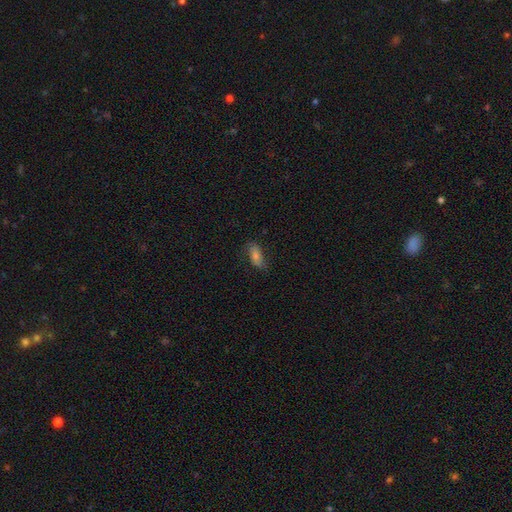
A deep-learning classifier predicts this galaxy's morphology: A smooth galaxy with no disk features (55%) that is in between round and cigar-shaped (78%). Merging: none (73%).